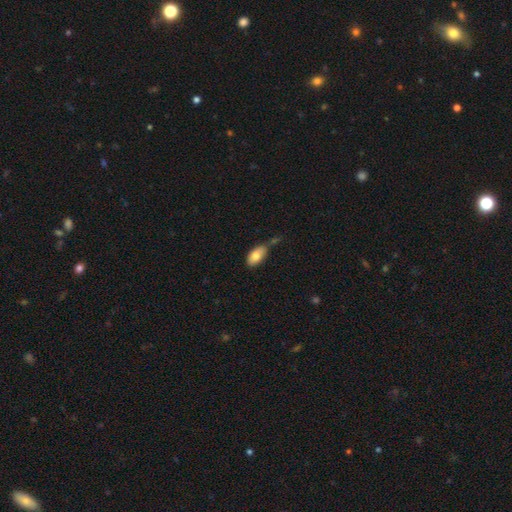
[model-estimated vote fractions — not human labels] smooth 78%, featured or disk 15%, star or artifact 7%. Down the decision tree: how rounded — in between (91%); merging — none (52%).